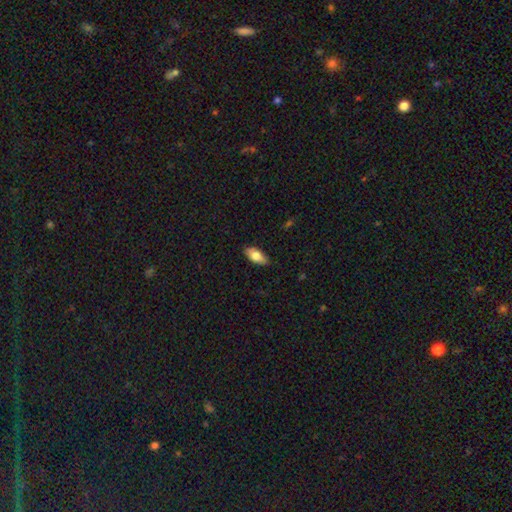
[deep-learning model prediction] This appears to be a smooth galaxy with no disk features (77%) that is in between round and cigar-shaped (85%). Merging: none (88%).